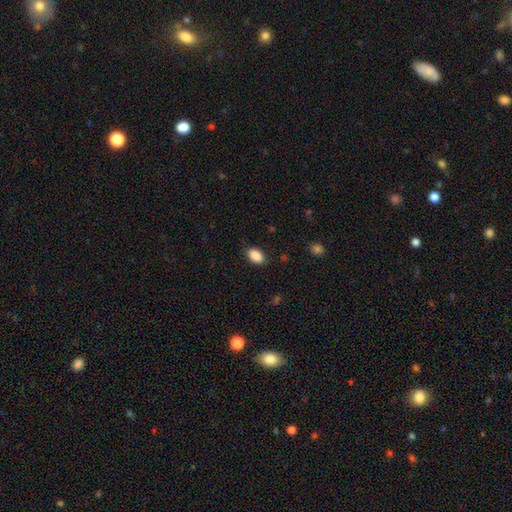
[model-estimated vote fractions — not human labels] Smooth or featured? Predicted: smooth (p=0.89). How rounded? Predicted: in between (p=0.92). Merging? Predicted: none (p=0.84).